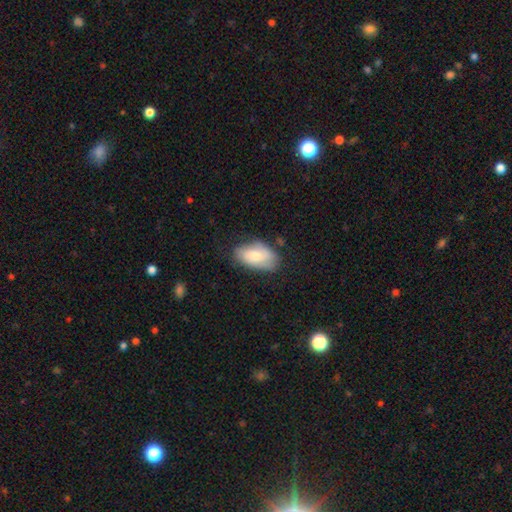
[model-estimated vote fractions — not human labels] This is likely a smooth galaxy (65%). How rounded: clearly in between (93%). Merging: likely none (66%).